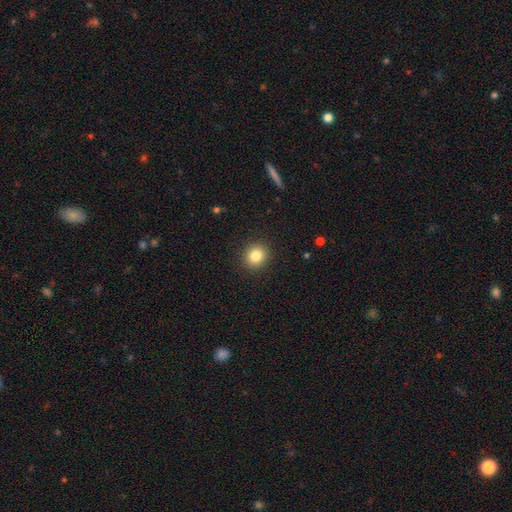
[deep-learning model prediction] This appears to be a smooth galaxy with no disk features (83%) that is round (82%). Merging: none (91%).